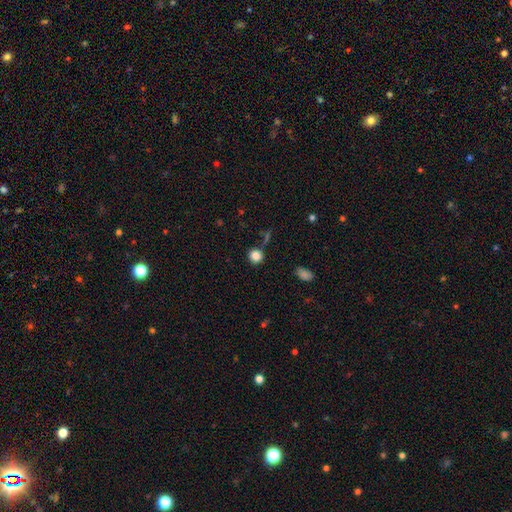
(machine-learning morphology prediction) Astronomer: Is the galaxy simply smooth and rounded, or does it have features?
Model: smooth — 84%.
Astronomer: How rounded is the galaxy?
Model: round — 90%.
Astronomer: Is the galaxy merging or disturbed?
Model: none — 78%.